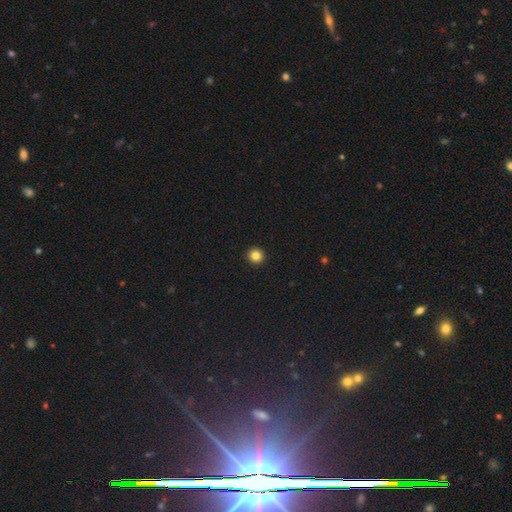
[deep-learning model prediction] Q: Smooth or featured?
A: smooth (84%); runner-up: star or artifact (12%)
Q: How rounded?
A: round (95%); runner-up: in between (4%)
Q: Merging?
A: none (94%); runner-up: minor disturbance (3%)